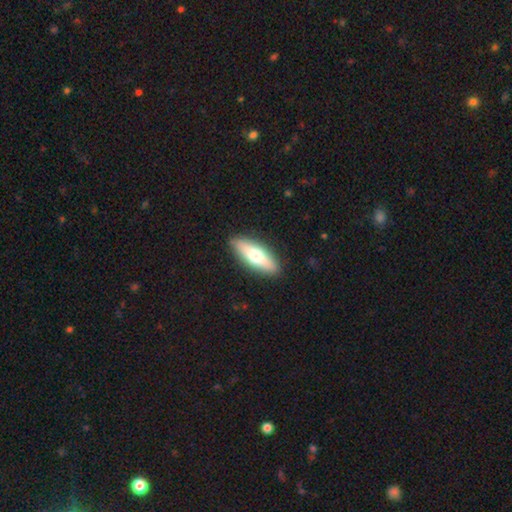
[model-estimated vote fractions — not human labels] This is possibly a smooth galaxy (60%). How rounded: possibly in between (53%). Merging: clearly none (89%).